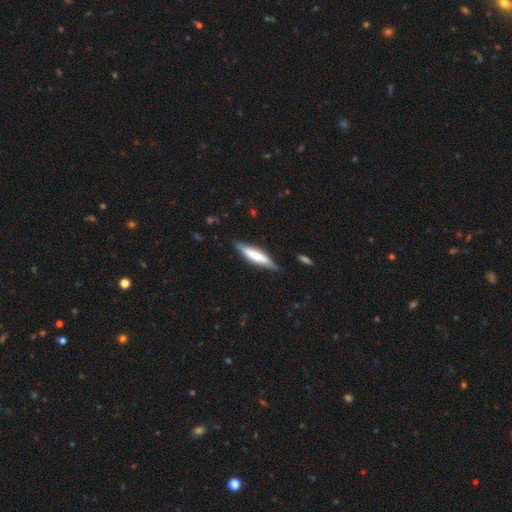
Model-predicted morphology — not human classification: smooth_or_featured: smooth (p=0.56) [alt: featured or disk p=0.39]
how_rounded: cigar-shaped (p=0.78) [alt: in between p=0.20]
merging: none (p=0.80) [alt: minor disturbance p=0.15]